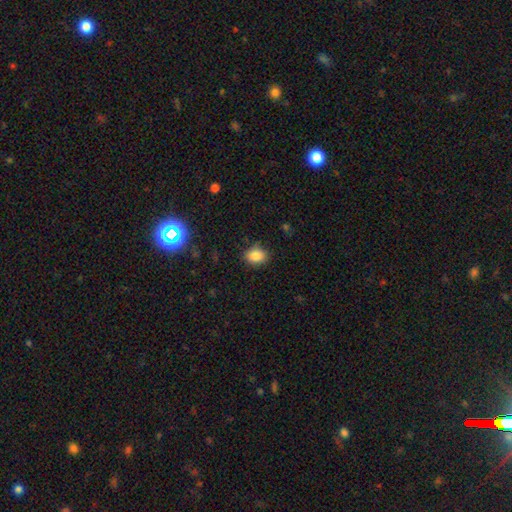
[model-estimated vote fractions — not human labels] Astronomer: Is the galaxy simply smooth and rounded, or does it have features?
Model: smooth — 84%.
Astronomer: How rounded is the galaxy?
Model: in between — 59% (runner-up: round, 40%).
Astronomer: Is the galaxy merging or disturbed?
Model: none — 82%.